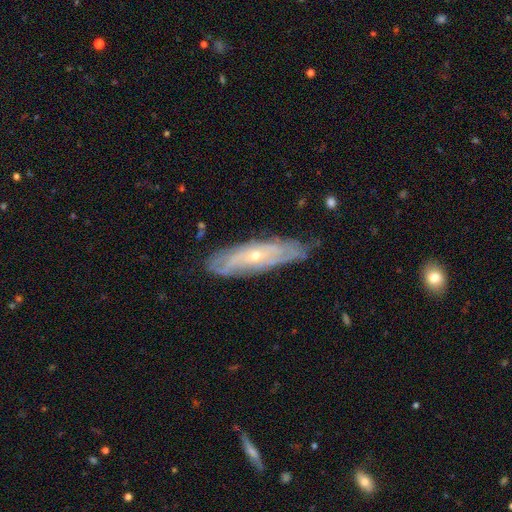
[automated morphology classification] smooth-or-featured: featured or disk: 75% | smooth: 19% | star or artifact: 6%
  disk-edge-on: no: 73% | yes: 27%
    bar: no: 74% | weak: 20% | strong: 6%
    has-spiral-arms: yes: 80% | no: 20%
    bulge-size: small: 67% | moderate: 30% | large: 1% | none: 1% | dominant: 1%
  merging: none: 72% | minor disturbance: 21% | major disturbance: 5% | merger: 2%